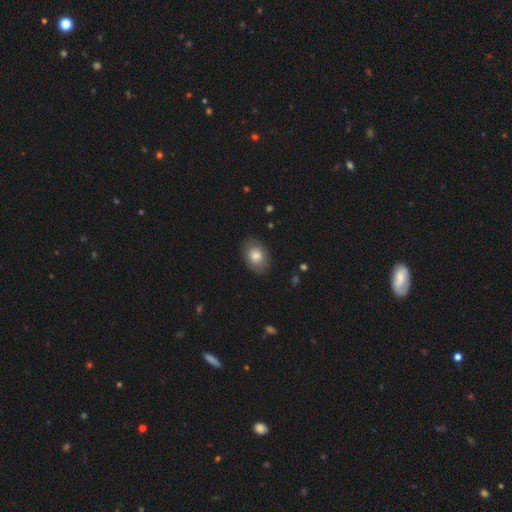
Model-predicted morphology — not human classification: Smooth or featured: smooth — 78% (featured or disk — 15%)
How rounded: in between — 79% (round — 20%)
Merging: none — 81% (minor disturbance — 14%)